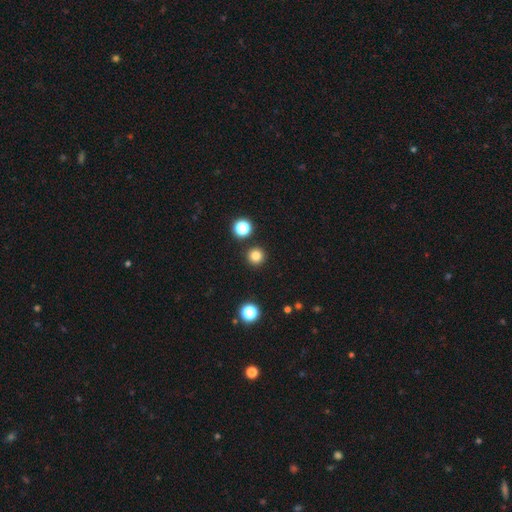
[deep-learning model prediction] The model was most divided on "smooth or featured": smooth: 81%, star or artifact: 14%, featured or disk: 5%. More confident: how rounded — round (96%); merging — none (91%).